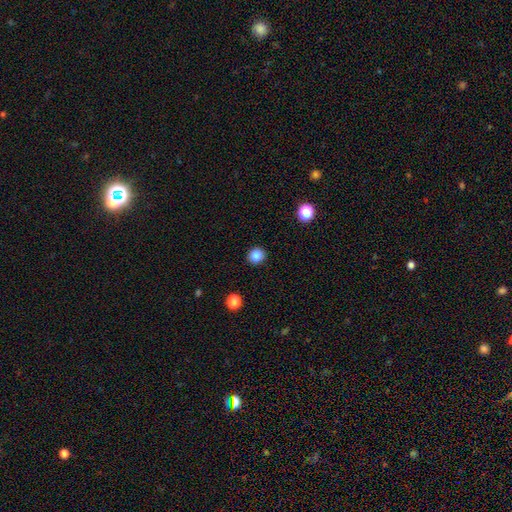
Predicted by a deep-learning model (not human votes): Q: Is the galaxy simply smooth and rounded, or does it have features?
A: smooth — 84%.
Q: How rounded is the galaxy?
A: round — 86%.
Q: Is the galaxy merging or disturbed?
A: none — 91%.